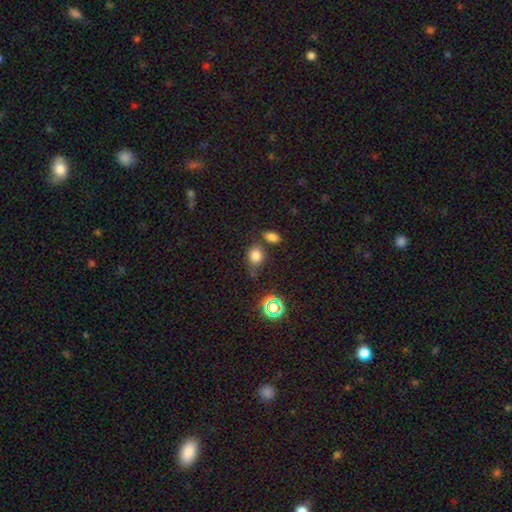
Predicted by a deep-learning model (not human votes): smooth_or_featured: smooth (p=0.77) [alt: star or artifact p=0.16]
how_rounded: in between (p=0.52) [alt: round p=0.47]
merging: none (p=0.63) [alt: minor disturbance p=0.16]